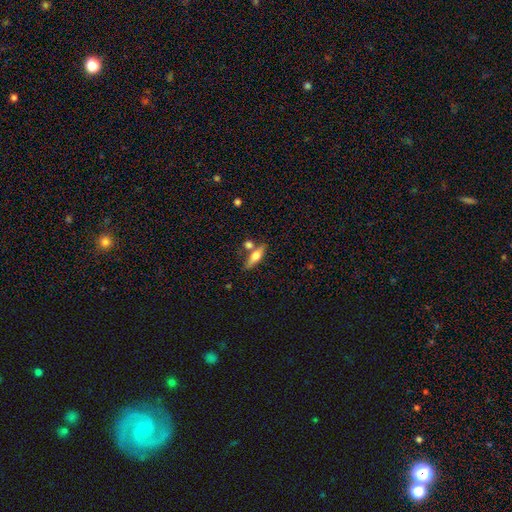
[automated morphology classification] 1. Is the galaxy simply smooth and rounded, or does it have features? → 55% smooth, 38% featured or disk, 7% star or artifact.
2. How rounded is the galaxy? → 55% cigar-shaped, 41% in between, 4% round.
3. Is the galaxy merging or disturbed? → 65% none, 19% merger, 12% minor disturbance, 4% major disturbance.